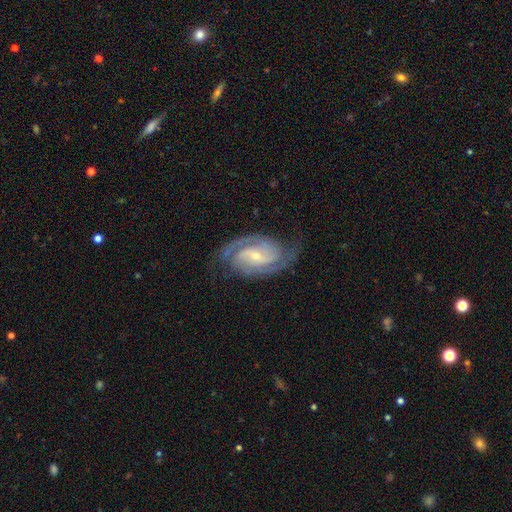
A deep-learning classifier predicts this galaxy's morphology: Smooth or featured? Predicted: featured or disk (p=0.90). Edge-on disk? Predicted: no (p=0.97). Bar? Predicted: weak (p=0.45). Spiral arms? Predicted: yes (p=0.98). Spiral winding? Predicted: tight (p=0.50). Spiral arm count? Predicted: 2 (p=0.75). Bulge size? Predicted: small (p=0.67). Merging? Predicted: none (p=0.76).